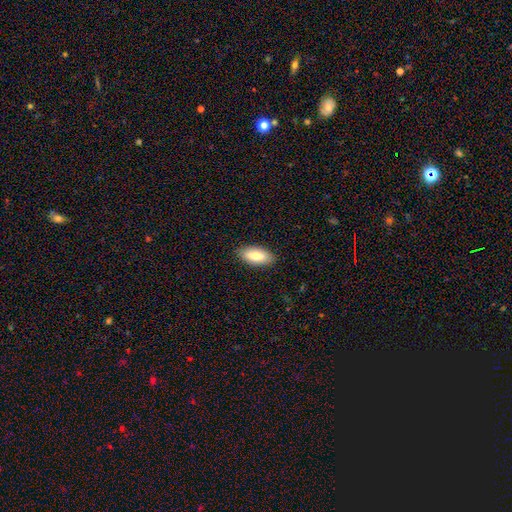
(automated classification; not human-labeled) The model was most divided on "smooth or featured": smooth: 80%, featured or disk: 14%, star or artifact: 6%. More confident: merging — none (88%); how rounded — in between (86%).